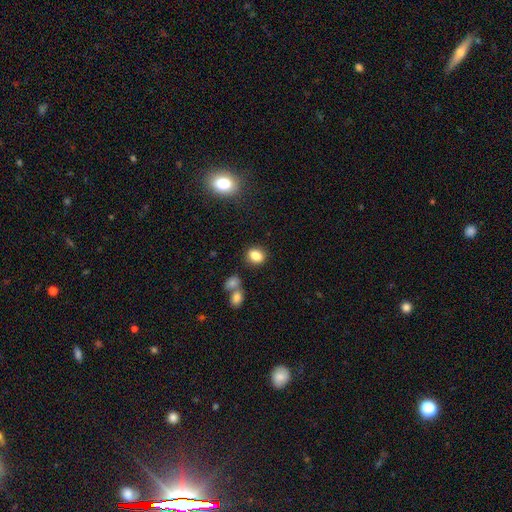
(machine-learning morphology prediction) A smooth galaxy with no disk features (84%) that is in between round and cigar-shaped (57%).

Vote fractions:
- Smooth or featured? smooth: 84% / star or artifact: 10% / featured or disk: 6%
- How rounded? in between: 57% / round: 42% / cigar-shaped: 2%
- Merging? none: 81% / minor disturbance: 10% / merger: 6% / major disturbance: 3%